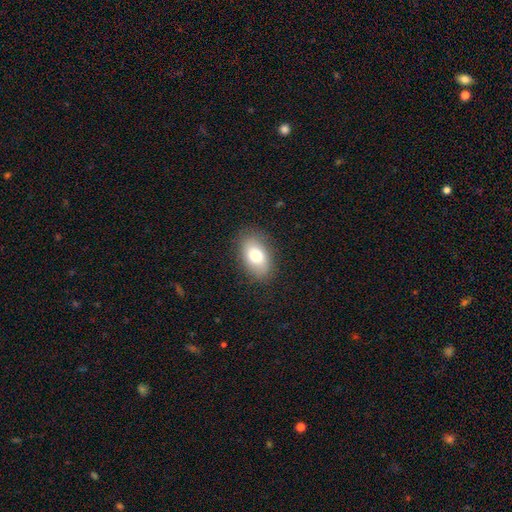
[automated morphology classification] Smooth or featured? smooth (77%)
How rounded? in between (91%)
Merging? none (84%)